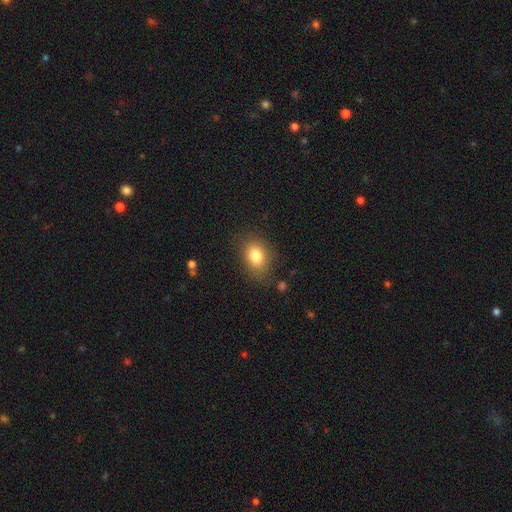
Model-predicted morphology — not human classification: smooth 81%, featured or disk 9%, star or artifact 9%. Down the decision tree: how rounded — in between (73%); merging — none (80%).